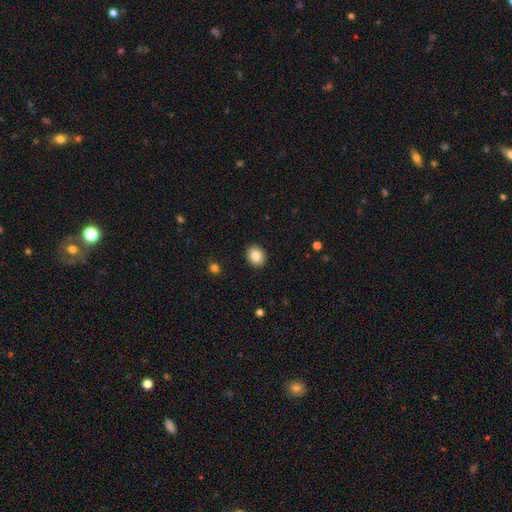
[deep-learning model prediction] This is clearly a smooth galaxy (84%). How rounded: likely round (65%). Merging: clearly none (91%).